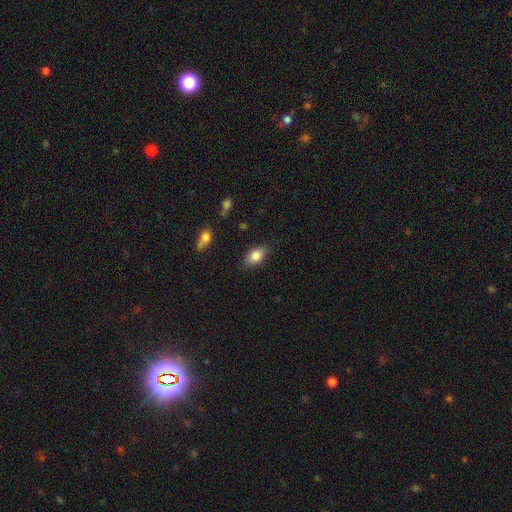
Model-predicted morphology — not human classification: Smooth or featured? smooth (83%)
How rounded? in between (89%)
Merging? none (83%)